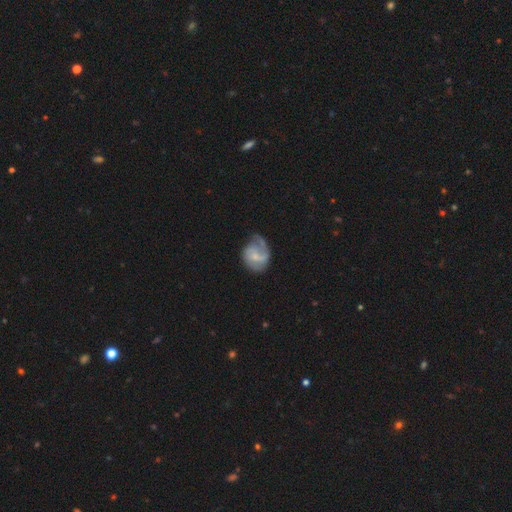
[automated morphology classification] Smooth or featured? Predicted: featured or disk (p=0.64). Edge-on disk? Predicted: no (p=0.98). Bar? Predicted: weak (p=0.46). Spiral arms? Predicted: yes (p=0.86). Spiral winding? Predicted: medium (p=0.42). Spiral arm count? Predicted: 2 (p=0.45). Bulge size? Predicted: small (p=0.49). Merging? Predicted: none (p=0.41).